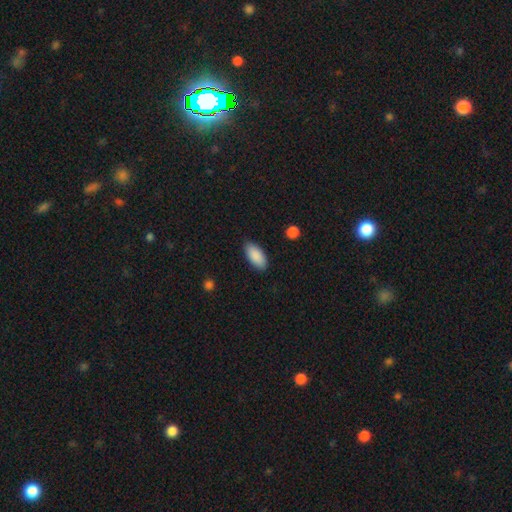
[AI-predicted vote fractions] Smooth or featured? Predicted: smooth (p=0.90). How rounded? Predicted: in between (p=0.91). Merging? Predicted: none (p=0.87).